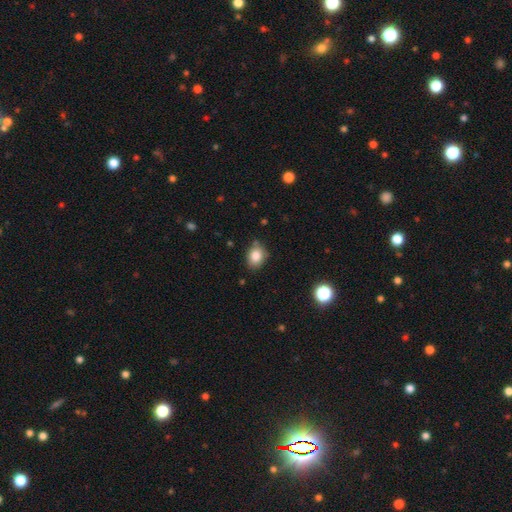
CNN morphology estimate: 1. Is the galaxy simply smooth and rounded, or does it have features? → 85% smooth, 9% star or artifact, 6% featured or disk.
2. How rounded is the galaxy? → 60% in between, 39% round, 1% cigar-shaped.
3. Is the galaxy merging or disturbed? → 74% none, 20% minor disturbance, 4% major disturbance, 3% merger.